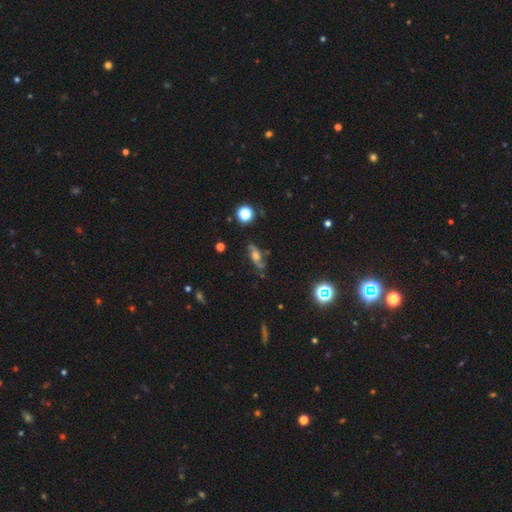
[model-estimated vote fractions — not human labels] The model was most divided on "smooth or featured": featured or disk: 56%, smooth: 25%, star or artifact: 19%. More confident: edge-on disk — no (70%); merging — none (68%).